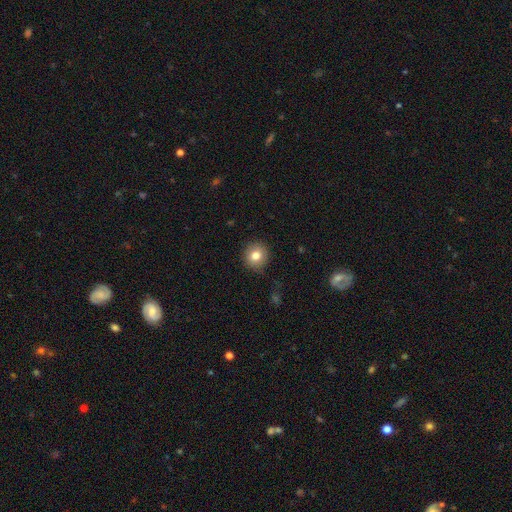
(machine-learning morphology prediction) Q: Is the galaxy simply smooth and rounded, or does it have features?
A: smooth — 81%.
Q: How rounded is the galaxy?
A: round — 91%.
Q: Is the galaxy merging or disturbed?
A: none — 88%.